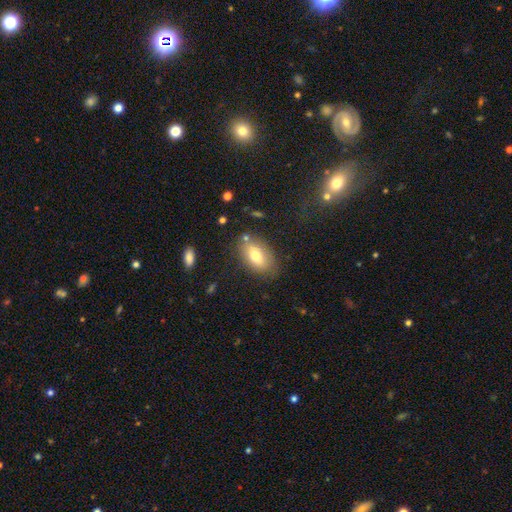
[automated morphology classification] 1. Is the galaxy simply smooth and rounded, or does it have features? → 73% smooth, 19% featured or disk, 8% star or artifact.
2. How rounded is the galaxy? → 90% in between, 7% round, 4% cigar-shaped.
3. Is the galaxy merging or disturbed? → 77% none, 15% minor disturbance, 4% major disturbance, 4% merger.